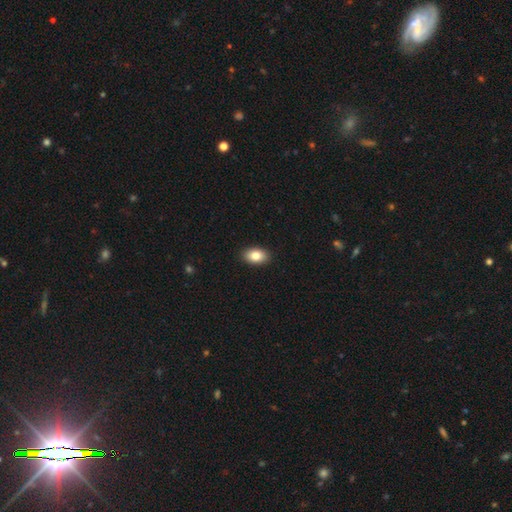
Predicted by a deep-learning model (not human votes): smooth 83%, featured or disk 9%, star or artifact 8%. Down the decision tree: how rounded — in between (90%); merging — none (91%).